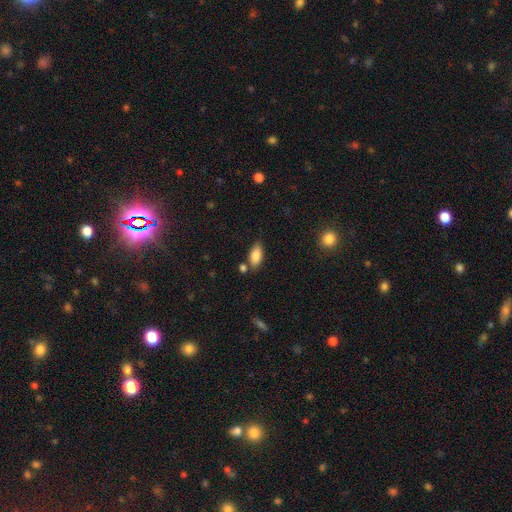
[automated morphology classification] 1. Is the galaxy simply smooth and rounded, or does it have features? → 84% smooth, 9% featured or disk, 7% star or artifact.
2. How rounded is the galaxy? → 89% in between, 9% cigar-shaped, 3% round.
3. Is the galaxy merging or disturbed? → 74% none, 15% minor disturbance, 8% merger, 3% major disturbance.